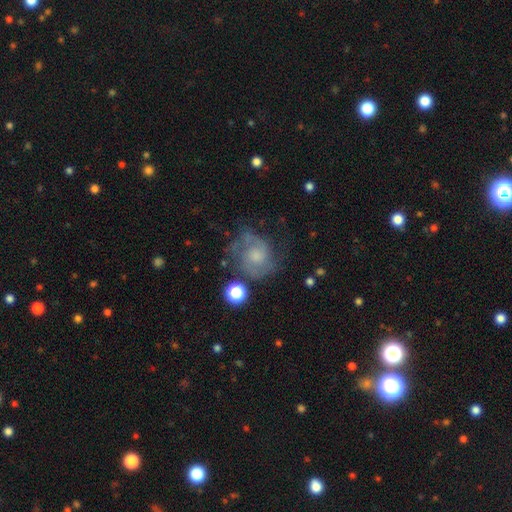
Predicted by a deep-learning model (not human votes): featured or disk 62%, smooth 27%, star or artifact 11%. Down the decision tree: edge-on disk — no (97%); bar — no (73%); spiral arms — yes (84%); spiral arm count — 2 (61%); spiral winding — medium (46%); bulge size — moderate (38%, tied with small); merging — none (56%).